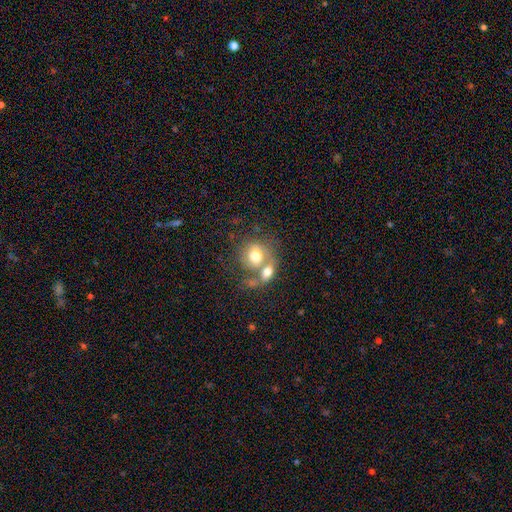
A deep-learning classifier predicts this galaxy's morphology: This appears to be a smooth galaxy with no disk features (64%) that is round (62%). Merging: merger (59%).